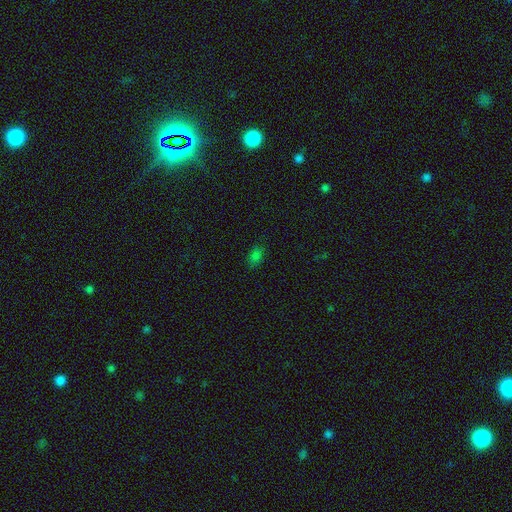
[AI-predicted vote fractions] A smooth galaxy with no disk features (76%) that is in between round and cigar-shaped (85%). Merging: none (81%).